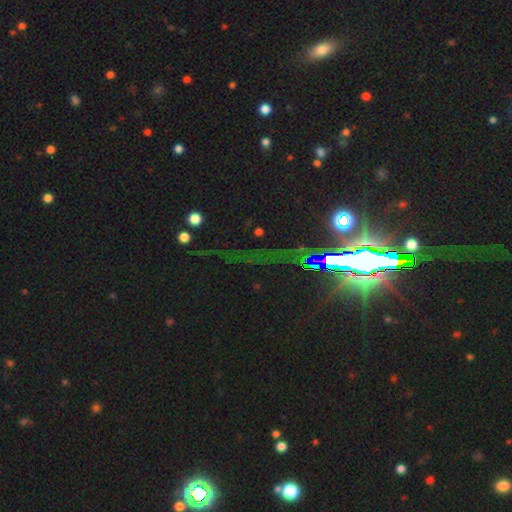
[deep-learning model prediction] A star or artifact, not a galaxy (80%).

Vote fractions:
- Smooth or featured? star or artifact: 80% / featured or disk: 11% / smooth: 9%